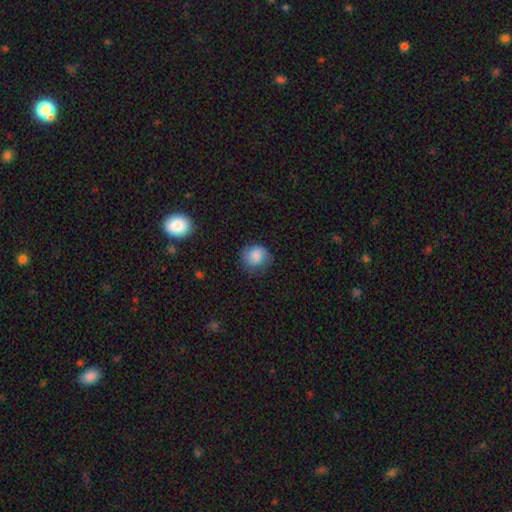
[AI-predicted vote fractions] Overall: smooth (76%). How rounded: round (78%). Merging: none (68%).